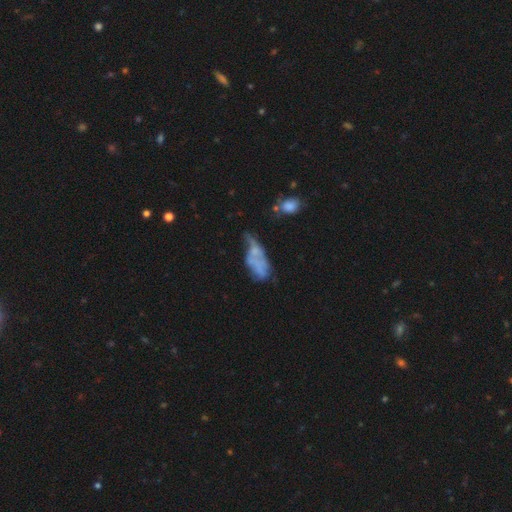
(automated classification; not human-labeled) smooth_or_featured: featured or disk (p=0.47) [alt: smooth p=0.40]
merging: major disturbance (p=0.31) [alt: minor disturbance p=0.25]